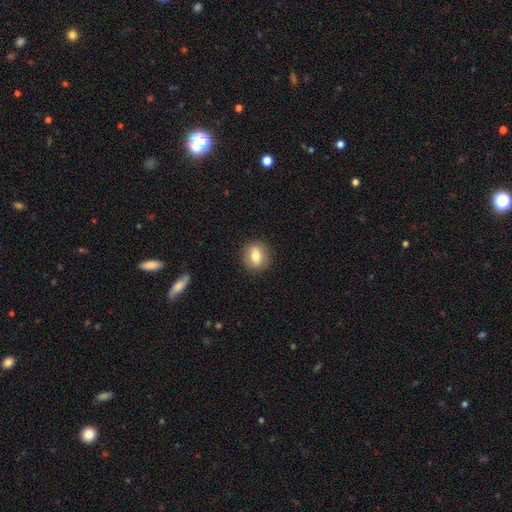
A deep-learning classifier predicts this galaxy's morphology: Smooth or featured? smooth (74%)
How rounded? round (68%)
Merging? none (89%)